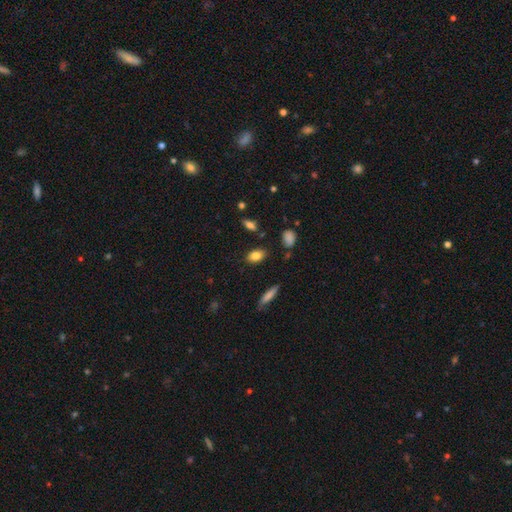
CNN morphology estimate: A smooth galaxy with no disk features (82%) that is in between round and cigar-shaped (85%). Merging: none (84%).